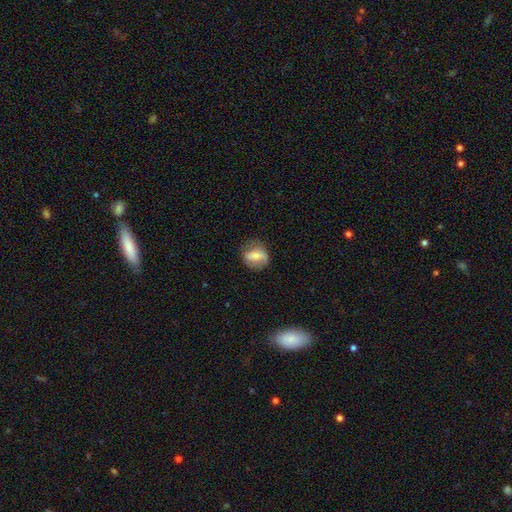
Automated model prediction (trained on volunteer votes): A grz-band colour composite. It shows a smooth galaxy with no disk features (51%) that is round (56%). Merging: none (66%).